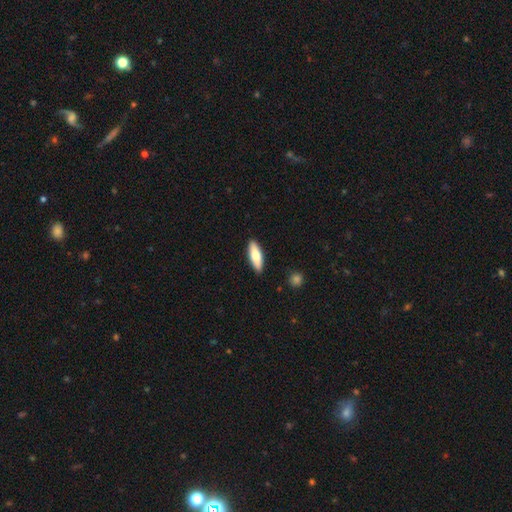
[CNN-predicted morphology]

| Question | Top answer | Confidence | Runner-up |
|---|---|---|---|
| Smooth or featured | smooth | 74% | featured or disk (20%) |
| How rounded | in between | 53% | cigar-shaped (45%) |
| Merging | none | 89% | minor disturbance (8%) |